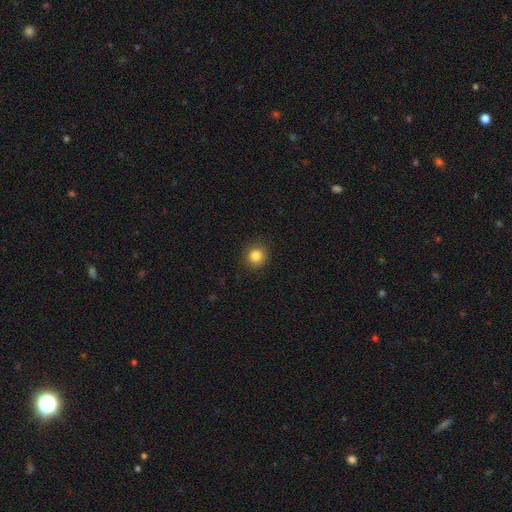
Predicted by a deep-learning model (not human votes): This is clearly a smooth galaxy (84%). How rounded: clearly round (90%). Merging: clearly none (91%).